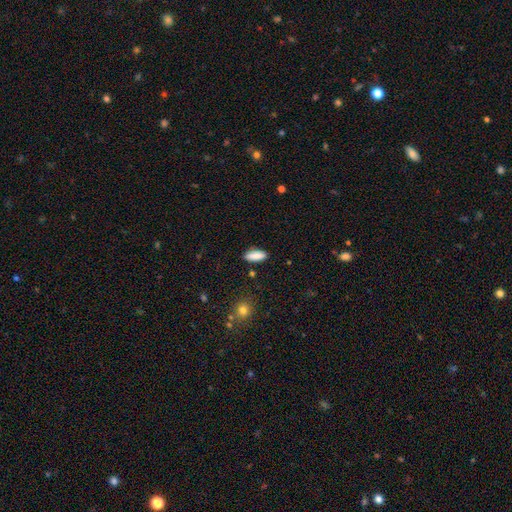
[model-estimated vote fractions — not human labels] Smooth or featured? smooth (88%)
How rounded? in between (71%)
Merging? none (86%)